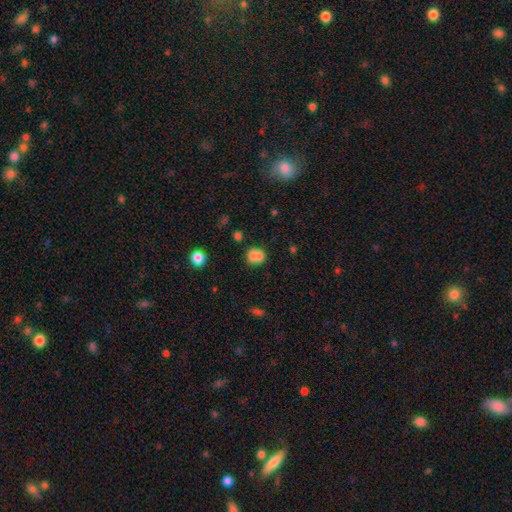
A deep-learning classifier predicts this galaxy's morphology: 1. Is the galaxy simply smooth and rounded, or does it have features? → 74% smooth, 15% featured or disk, 11% star or artifact.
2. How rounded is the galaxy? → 71% round, 28% in between, 1% cigar-shaped.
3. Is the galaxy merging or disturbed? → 53% merger, 34% none, 9% minor disturbance, 4% major disturbance.